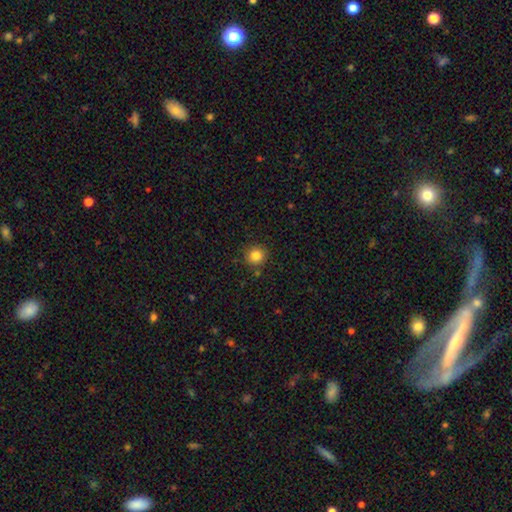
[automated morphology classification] This is clearly a smooth galaxy (84%). How rounded: clearly round (92%). Merging: clearly none (87%).